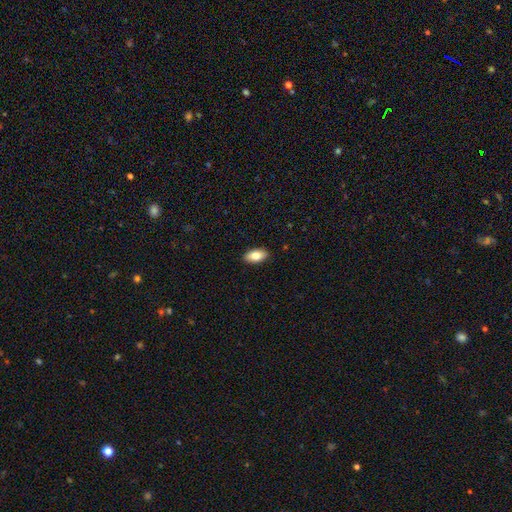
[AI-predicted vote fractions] This is clearly a smooth galaxy (81%). How rounded: clearly in between (92%). Merging: clearly none (90%).